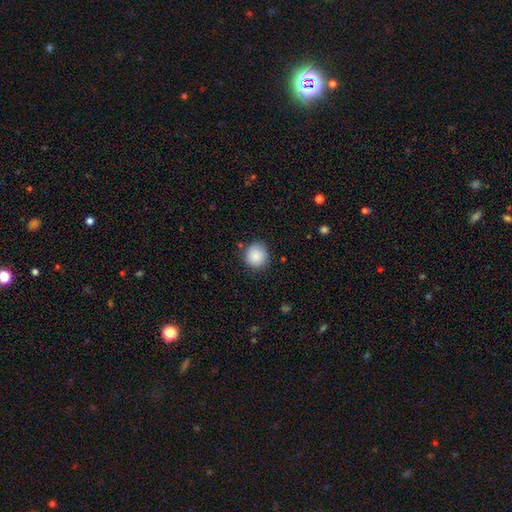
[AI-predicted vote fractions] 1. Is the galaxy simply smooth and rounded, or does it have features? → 89% smooth, 8% star or artifact, 3% featured or disk.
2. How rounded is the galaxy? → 93% round, 7% in between, 1% cigar-shaped.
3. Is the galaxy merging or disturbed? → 87% none, 9% minor disturbance, 3% major disturbance, 1% merger.